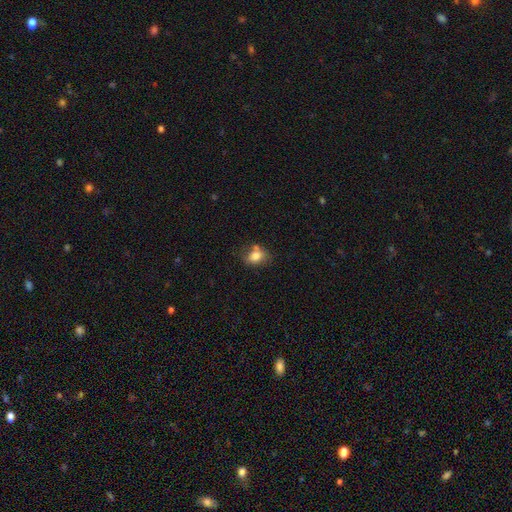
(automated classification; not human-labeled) A smooth galaxy with no disk features (78%) that is in between round and cigar-shaped (64%).

Vote fractions:
- Smooth or featured? smooth: 78% / featured or disk: 13% / star or artifact: 10%
- How rounded? in between: 64% / round: 35% / cigar-shaped: 1%
- Merging? none: 54% / minor disturbance: 22% / merger: 17% / major disturbance: 7%